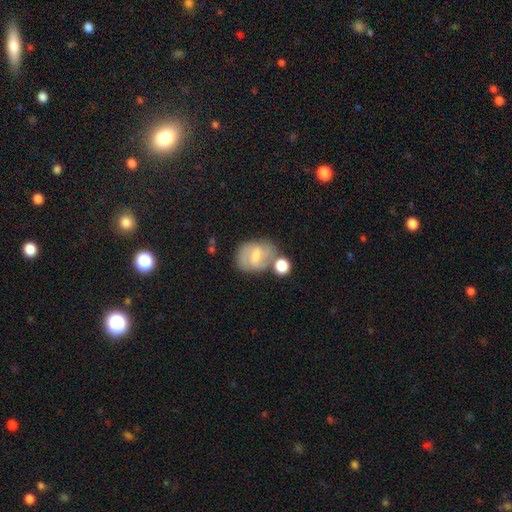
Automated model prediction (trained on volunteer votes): Smooth or featured: smooth — 52% (featured or disk — 40%)
How rounded: in between — 58% (round — 40%)
Merging: none — 51% (merger — 20%)